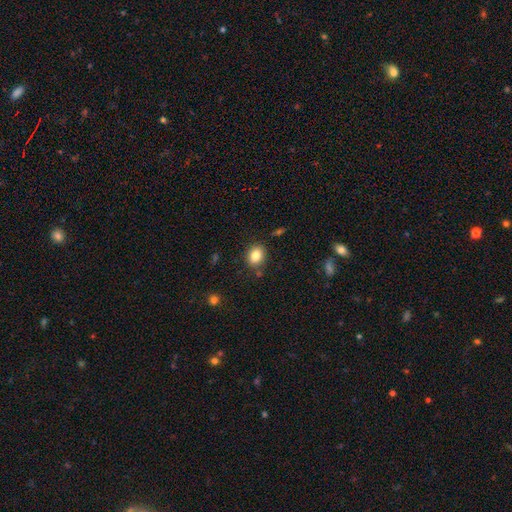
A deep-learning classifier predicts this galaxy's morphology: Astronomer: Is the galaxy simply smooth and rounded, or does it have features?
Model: smooth — 83%.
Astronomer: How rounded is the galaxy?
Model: in between — 56% (runner-up: round, 43%).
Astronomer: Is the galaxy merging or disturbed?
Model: none — 82%.